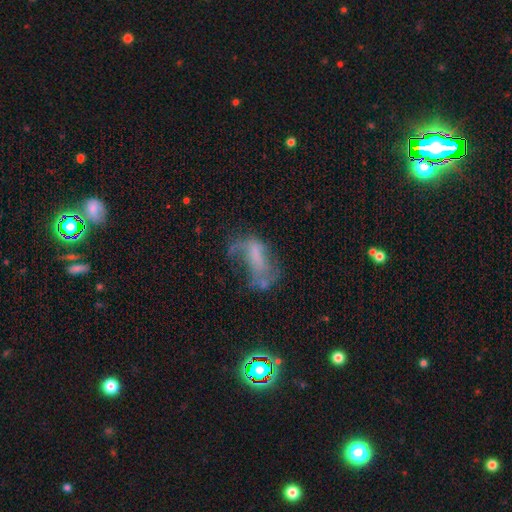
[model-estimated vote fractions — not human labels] smooth_or_featured: featured or disk (p=0.50) [alt: smooth p=0.33]
merging: major disturbance (p=0.44) [alt: none p=0.27]